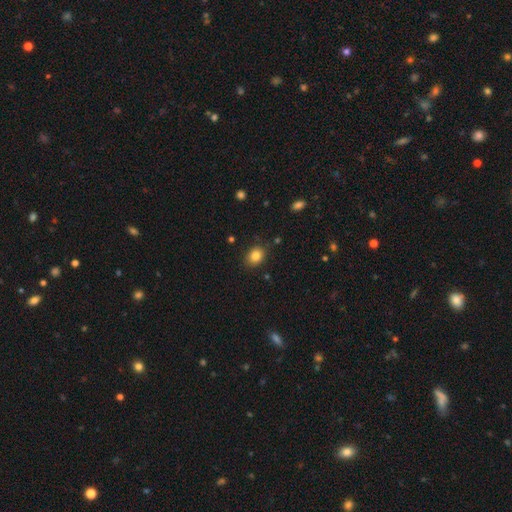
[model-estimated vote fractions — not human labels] smooth-or-featured: smooth: 84% | star or artifact: 10% | featured or disk: 6%
  how-rounded: in between: 51% | round: 48% | cigar-shaped: 1%
  merging: none: 84% | minor disturbance: 11% | major disturbance: 3% | merger: 2%